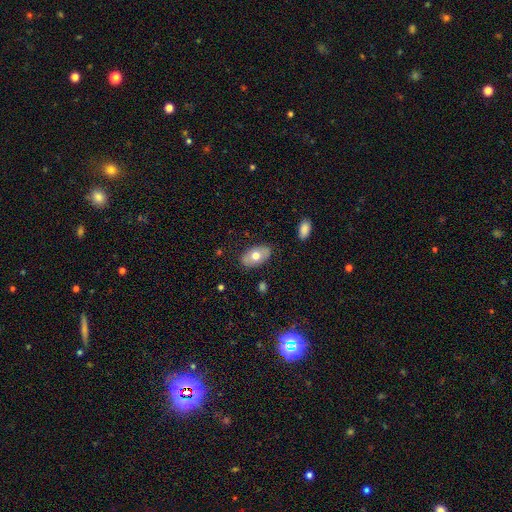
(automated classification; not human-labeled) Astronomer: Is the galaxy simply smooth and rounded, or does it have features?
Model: smooth — 67%.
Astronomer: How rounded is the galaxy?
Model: in between — 93%.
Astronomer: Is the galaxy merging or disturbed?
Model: none — 84%.